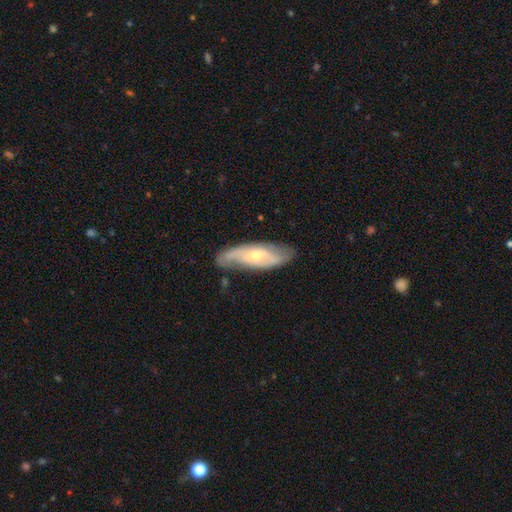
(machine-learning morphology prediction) Smooth or featured? featured or disk (67%)
Edge-on disk? no (80%)
Bar? no (57%)
Spiral arms? yes (80%)
Bulge size? small (55%)
Merging? none (70%)